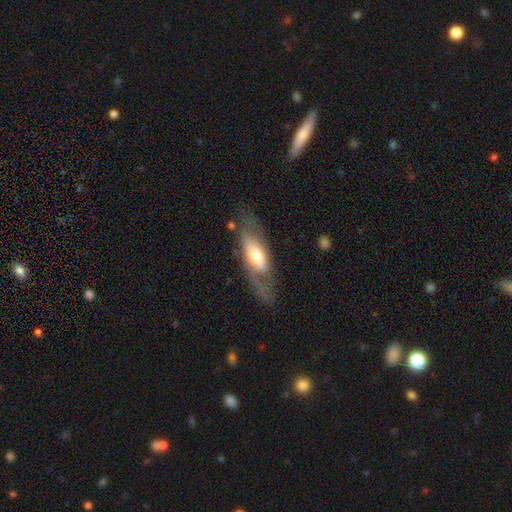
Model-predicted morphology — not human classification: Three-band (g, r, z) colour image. It shows a featured or disk galaxy (57%). Merging: none (64%).